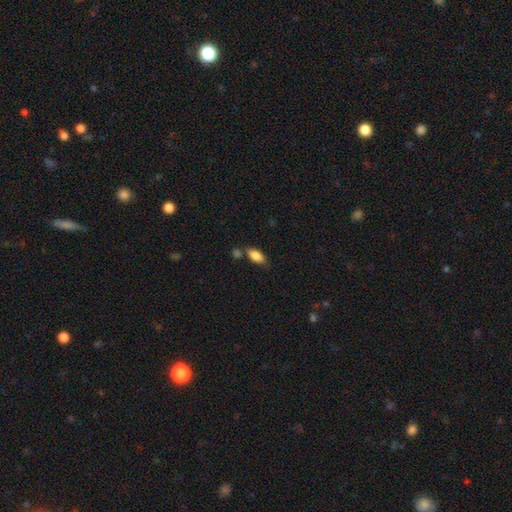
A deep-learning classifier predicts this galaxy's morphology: Smooth or featured? Predicted: smooth (p=0.85). How rounded? Predicted: in between (p=0.87). Merging? Predicted: none (p=0.67).